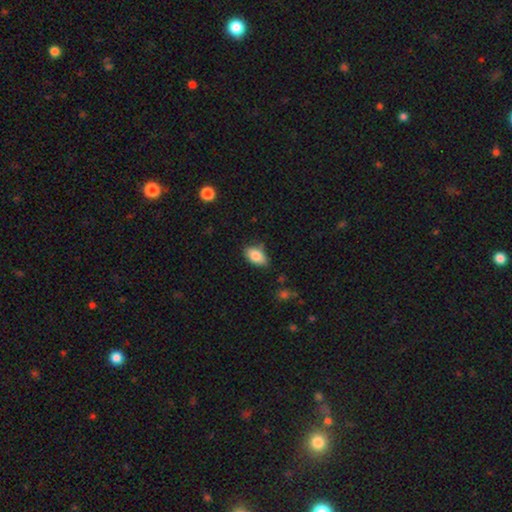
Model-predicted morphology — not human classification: The model was most divided on "merging": none: 76%, minor disturbance: 18%, major disturbance: 3%, merger: 2%. More confident: how rounded — in between (92%); smooth or featured — smooth (84%).